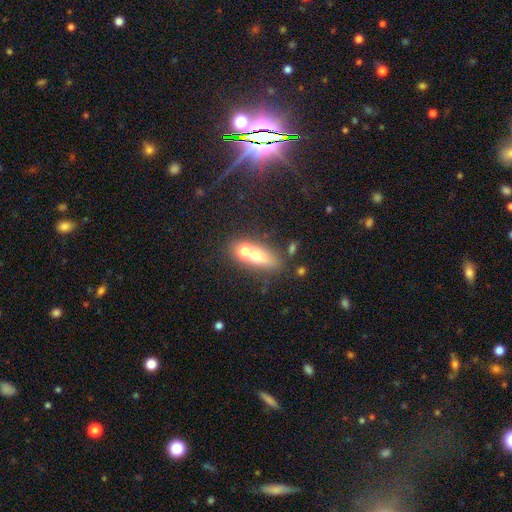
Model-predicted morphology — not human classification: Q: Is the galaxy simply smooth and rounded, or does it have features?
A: smooth — 59%.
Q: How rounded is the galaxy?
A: in between — 60%.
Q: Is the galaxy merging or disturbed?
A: merger — 50%.